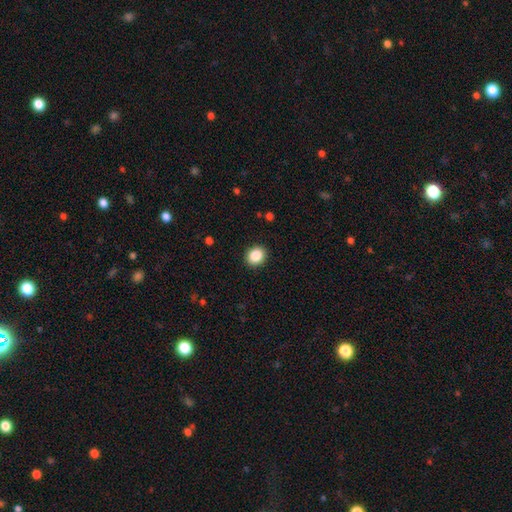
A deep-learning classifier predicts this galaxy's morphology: Smooth or featured?
  - smooth: 87% *
  - star or artifact: 9%
  - featured or disk: 4%
How rounded?
  - round: 69% *
  - in between: 30%
  - cigar-shaped: 1%
Merging?
  - none: 91% *
  - minor disturbance: 6%
  - major disturbance: 2%
  - merger: 1%